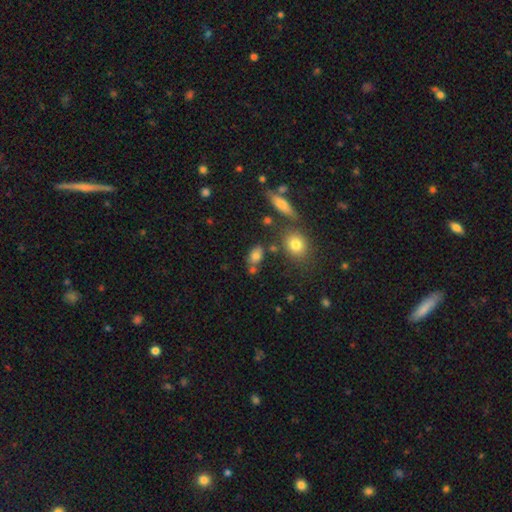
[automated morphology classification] Smooth or featured?
  - smooth: 76% *
  - star or artifact: 13%
  - featured or disk: 11%
How rounded?
  - in between: 75% *
  - round: 20%
  - cigar-shaped: 5%
Merging?
  - none: 65% *
  - merger: 16%
  - minor disturbance: 14%
  - major disturbance: 5%